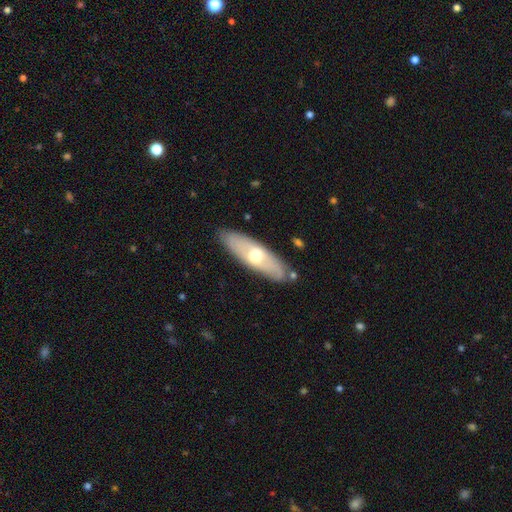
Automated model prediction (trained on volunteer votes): Morphology: type=smooth (50%); merging=none (83%).